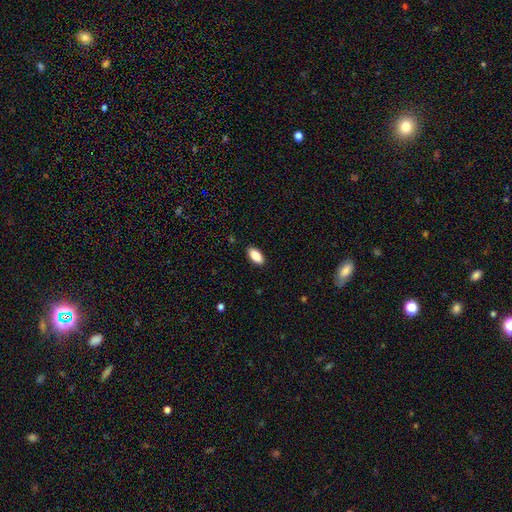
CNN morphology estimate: Smooth or featured: smooth — 88% (star or artifact — 7%)
How rounded: in between — 91% (cigar-shaped — 7%)
Merging: none — 89% (minor disturbance — 8%)